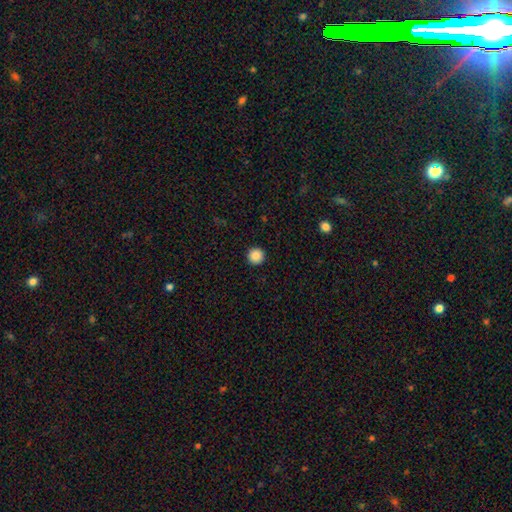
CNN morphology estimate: Smooth or featured: smooth — 88% (star or artifact — 9%)
How rounded: round — 96% (in between — 3%)
Merging: none — 93% (minor disturbance — 4%)